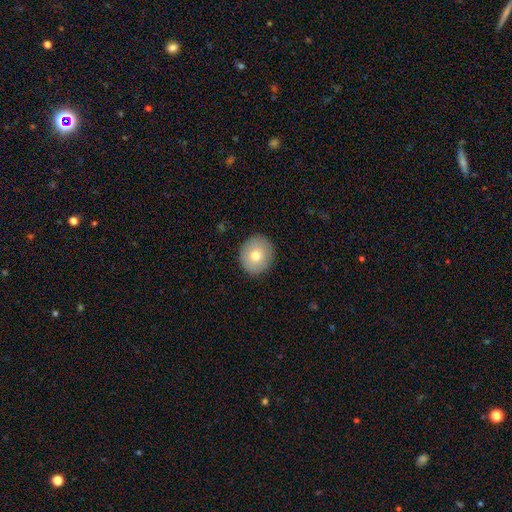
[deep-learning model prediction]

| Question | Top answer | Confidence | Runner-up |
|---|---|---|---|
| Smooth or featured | smooth | 75% | featured or disk (16%) |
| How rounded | round | 84% | in between (15%) |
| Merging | none | 90% | minor disturbance (7%) |